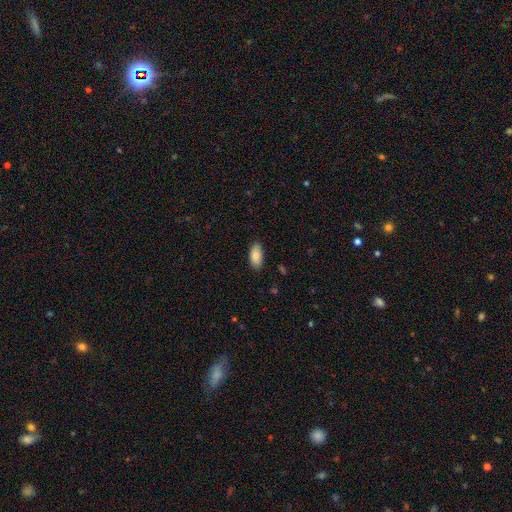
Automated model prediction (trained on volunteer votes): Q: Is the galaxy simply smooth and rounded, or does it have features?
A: smooth — 87%.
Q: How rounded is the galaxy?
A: in between — 92%.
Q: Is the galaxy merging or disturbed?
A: none — 87%.